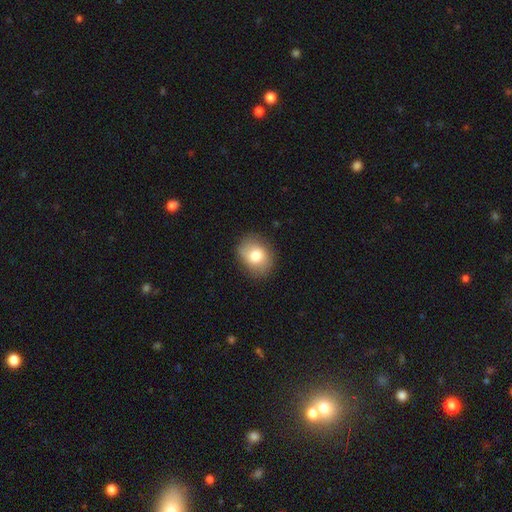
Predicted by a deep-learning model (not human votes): smooth 77%, featured or disk 15%, star or artifact 8%. Down the decision tree: how rounded — round (56%); merging — none (83%).